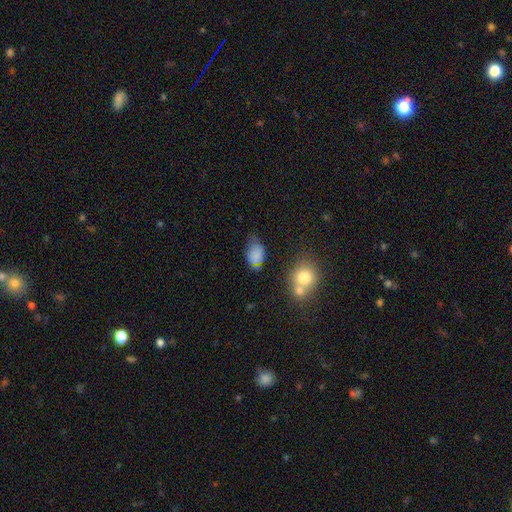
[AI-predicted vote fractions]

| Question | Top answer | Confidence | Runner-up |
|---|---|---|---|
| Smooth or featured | smooth | 79% | star or artifact (11%) |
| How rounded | in between | 80% | round (19%) |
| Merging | none | 47% | minor disturbance (34%) |